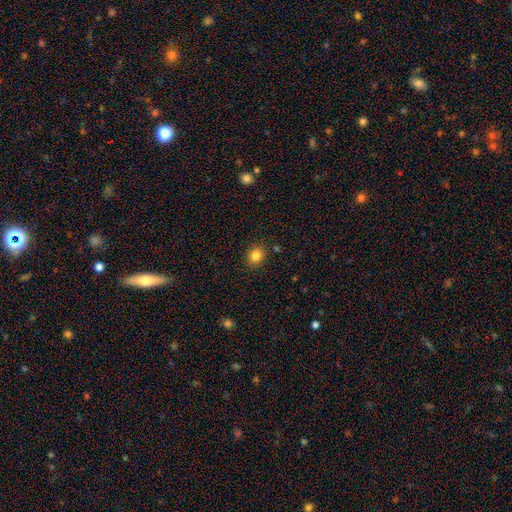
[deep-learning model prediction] smooth-or-featured: smooth: 83% | star or artifact: 11% | featured or disk: 5%
  how-rounded: round: 73% | in between: 27% | cigar-shaped: 1%
  merging: none: 88% | minor disturbance: 8% | major disturbance: 2% | merger: 2%